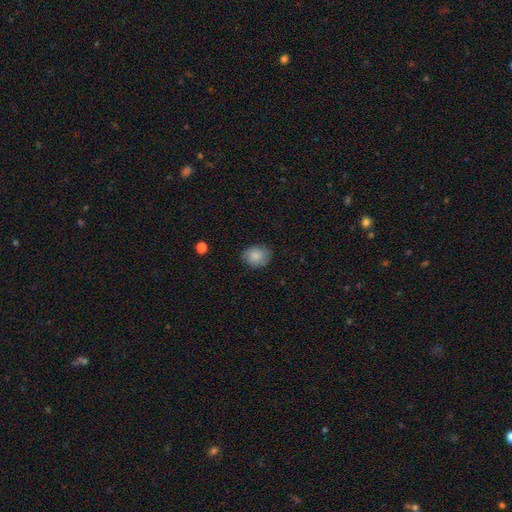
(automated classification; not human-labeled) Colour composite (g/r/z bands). It shows a smooth galaxy with no disk features (86%) that is round (52%). Merging: none (81%).